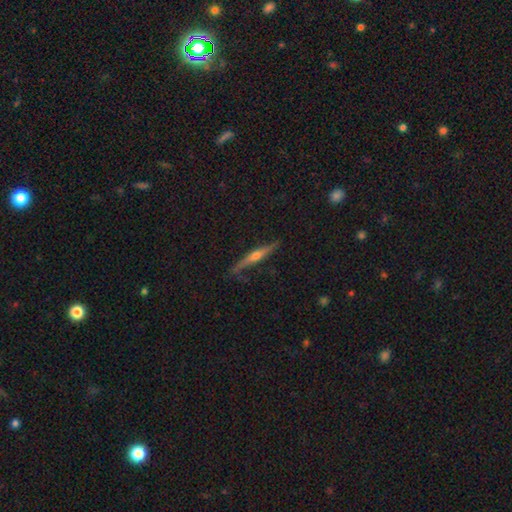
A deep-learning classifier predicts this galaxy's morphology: Q: Smooth or featured?
A: featured or disk (73%); runner-up: smooth (20%)
Q: Edge-on disk?
A: yes (95%); runner-up: no (5%)
Q: Edge-on bulge?
A: rounded (87%); runner-up: none (8%)
Q: Merging?
A: none (77%); runner-up: minor disturbance (17%)